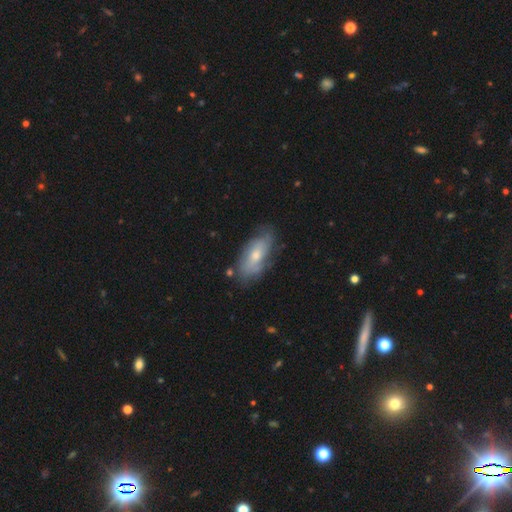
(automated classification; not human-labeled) Smooth or featured?
  - featured or disk: 50% *
  - smooth: 43%
  - star or artifact: 7%
Edge-on disk?
  - no: 85% *
  - yes: 15%
Merging?
  - none: 64% *
  - minor disturbance: 25%
  - major disturbance: 8%
  - merger: 3%